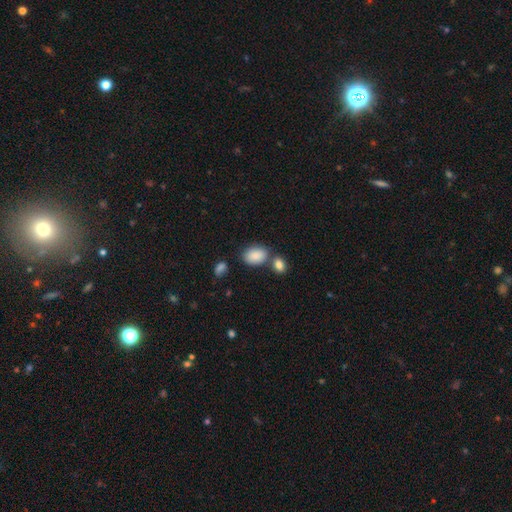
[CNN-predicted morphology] Smooth or featured? Predicted: smooth (p=0.88). How rounded? Predicted: in between (p=0.87). Merging? Predicted: none (p=0.62).